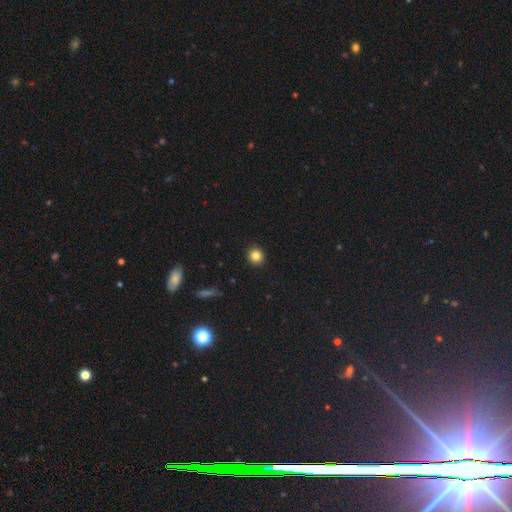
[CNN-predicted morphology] Smooth or featured? smooth (84%)
How rounded? round (91%)
Merging? none (92%)